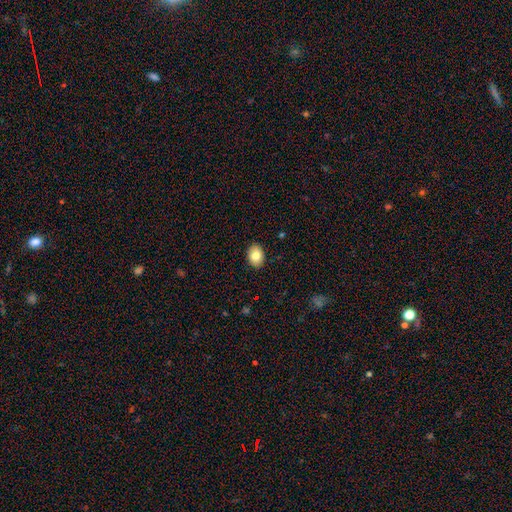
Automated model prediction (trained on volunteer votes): Smooth or featured? Predicted: smooth (p=0.81). How rounded? Predicted: in between (p=0.74). Merging? Predicted: none (p=0.90).